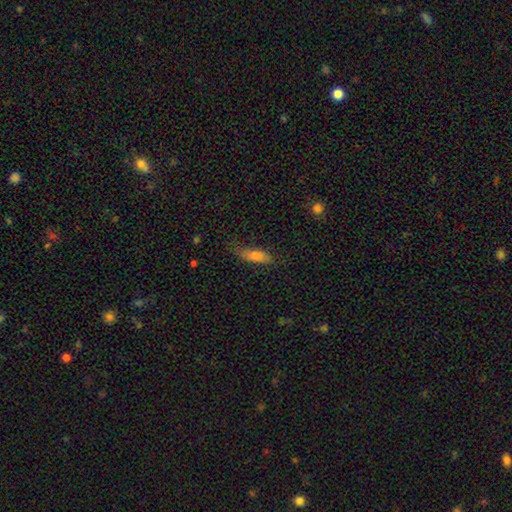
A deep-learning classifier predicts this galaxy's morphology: type=smooth (75%); roundness=in between (49%); merging=none (66%).